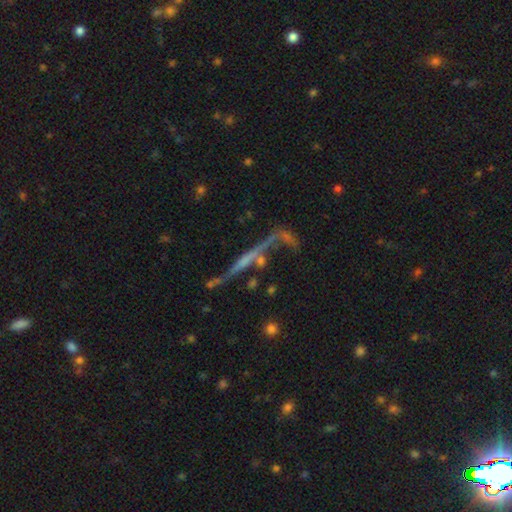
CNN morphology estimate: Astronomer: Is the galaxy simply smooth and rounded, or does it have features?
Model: featured or disk — 71%.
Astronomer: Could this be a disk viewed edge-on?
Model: yes — 70%.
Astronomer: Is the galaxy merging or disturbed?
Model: none — 49%.